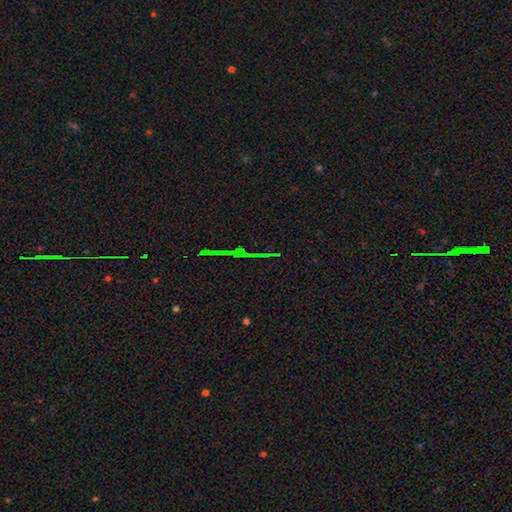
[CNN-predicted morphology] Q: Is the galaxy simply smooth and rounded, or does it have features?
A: star or artifact — 68%.